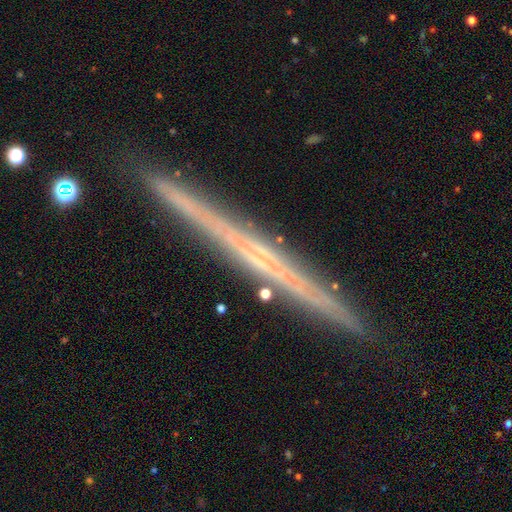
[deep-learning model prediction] smooth_or_featured: featured or disk (p=0.74) [alt: smooth p=0.20]
disk_edge_on: yes (p=0.98) [alt: no p=0.02]
edge_on_bulge: none (p=0.78) [alt: rounded p=0.15]
merging: none (p=0.90) [alt: minor disturbance p=0.07]